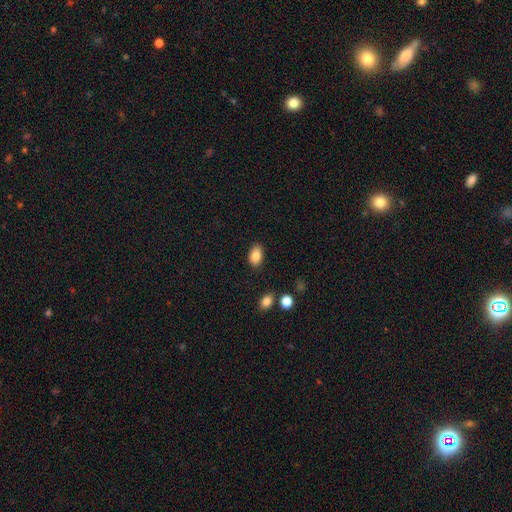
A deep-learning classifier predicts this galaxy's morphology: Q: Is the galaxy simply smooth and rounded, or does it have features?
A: smooth — 85%.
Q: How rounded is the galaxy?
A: in between — 86%.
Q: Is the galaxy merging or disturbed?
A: none — 86%.